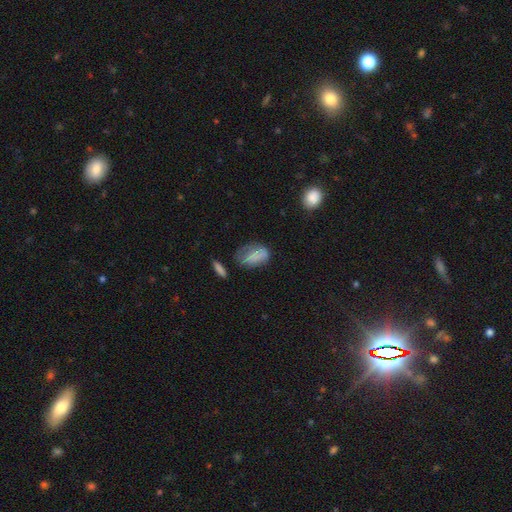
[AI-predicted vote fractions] Smooth or featured? Predicted: smooth (p=0.70). How rounded? Predicted: in between (p=0.86). Merging? Predicted: none (p=0.41).